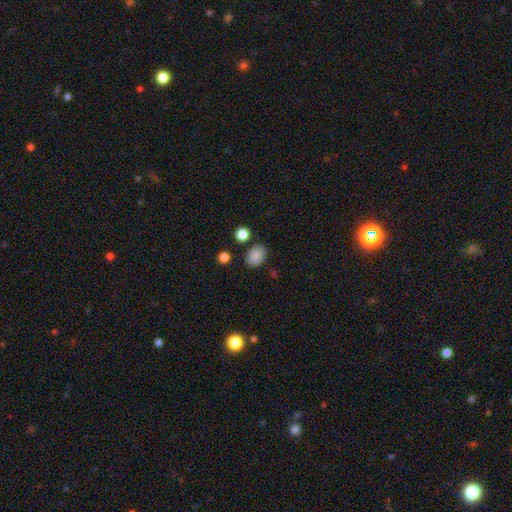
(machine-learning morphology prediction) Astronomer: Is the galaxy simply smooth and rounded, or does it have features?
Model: smooth — 87%.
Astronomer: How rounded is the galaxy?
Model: in between — 70%.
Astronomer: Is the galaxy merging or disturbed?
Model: none — 83%.